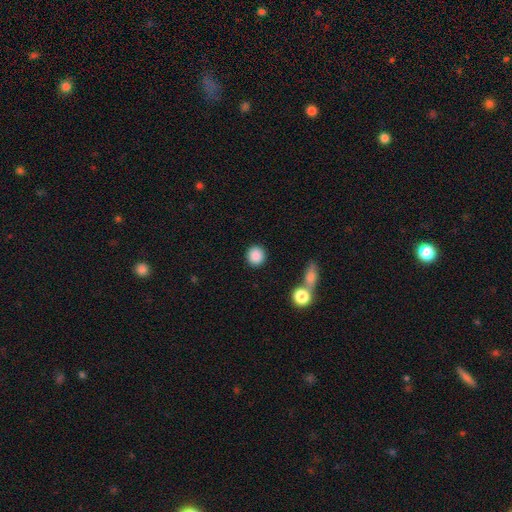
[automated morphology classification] smooth-or-featured: smooth: 88% | star or artifact: 9% | featured or disk: 3%
  how-rounded: round: 87% | in between: 12% | cigar-shaped: 1%
  merging: none: 87% | minor disturbance: 7% | merger: 4% | major disturbance: 3%